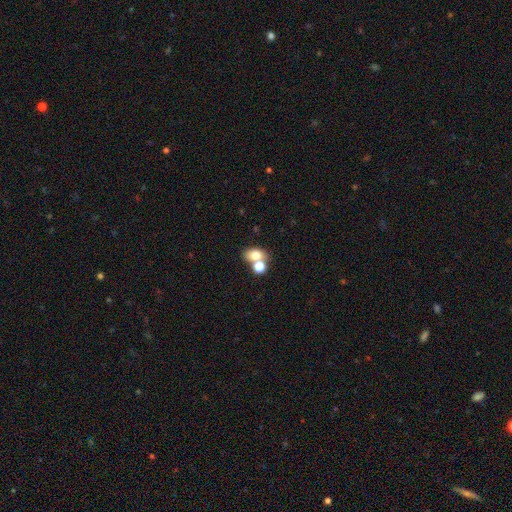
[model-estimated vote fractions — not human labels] This appears to be a smooth galaxy with no disk features (73%) that is in between round and cigar-shaped (66%). Merging: merger (44%, tied with none).